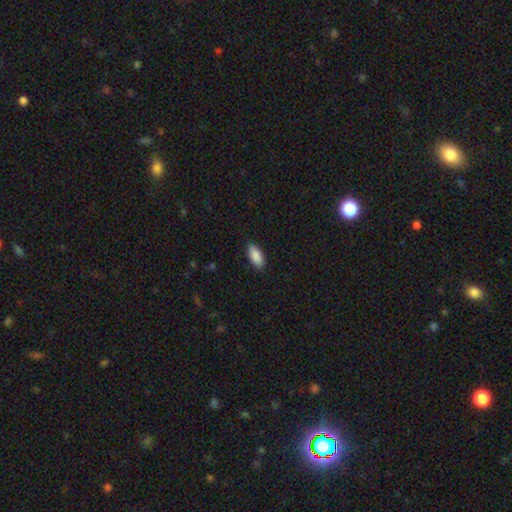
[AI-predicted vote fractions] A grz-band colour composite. It shows a smooth galaxy with no disk features (89%) that is in between round and cigar-shaped (88%). Merging: none (87%).